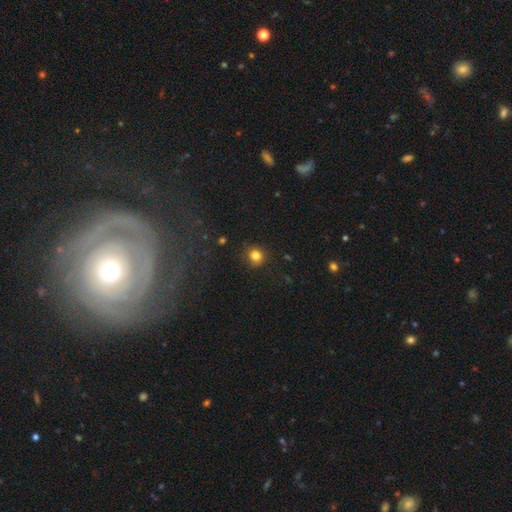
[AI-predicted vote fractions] smooth_or_featured: smooth (p=0.82) [alt: star or artifact p=0.13]
how_rounded: round (p=0.90) [alt: in between p=0.09]
merging: none (p=0.88) [alt: minor disturbance p=0.08]